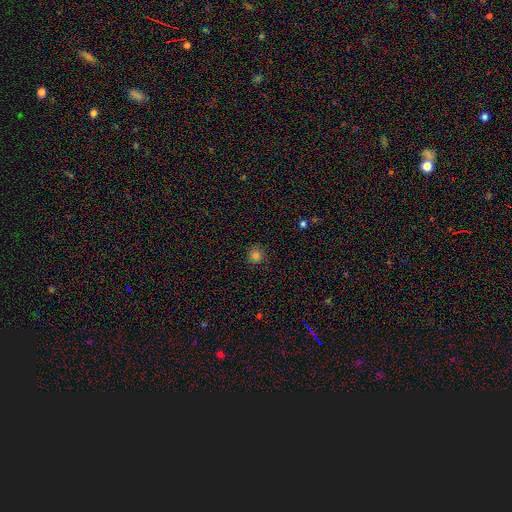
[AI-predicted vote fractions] Smooth or featured? smooth (81%)
How rounded? round (91%)
Merging? none (87%)